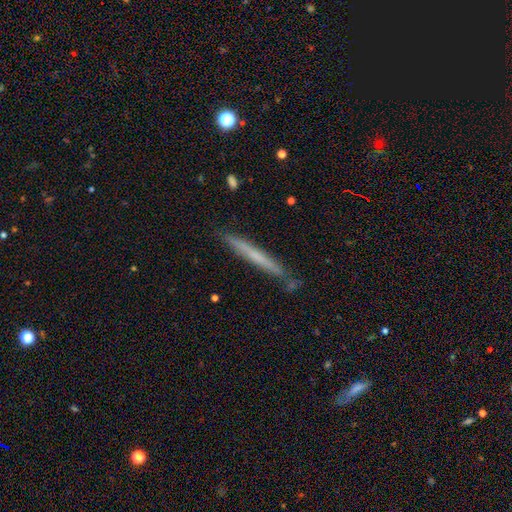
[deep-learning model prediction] Morphology: type=smooth (53%); roundness=cigar-shaped (97%); merging=none (84%).